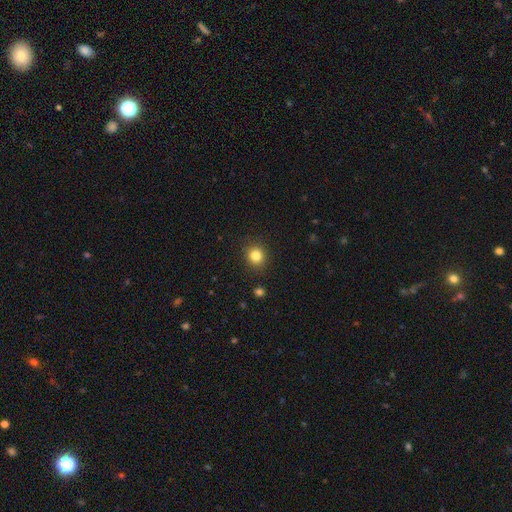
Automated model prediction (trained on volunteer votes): Smooth or featured? Predicted: smooth (p=0.83). How rounded? Predicted: round (p=0.82). Merging? Predicted: none (p=0.89).